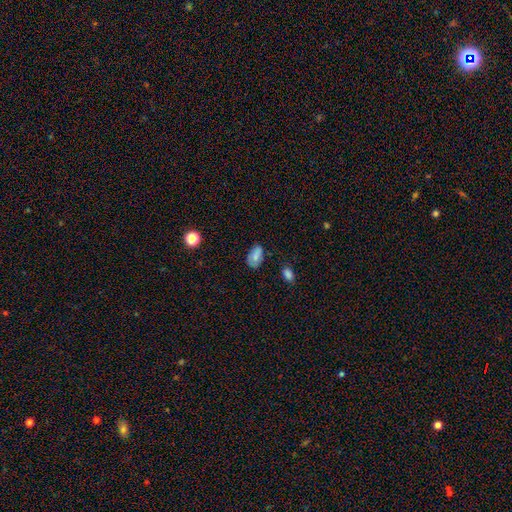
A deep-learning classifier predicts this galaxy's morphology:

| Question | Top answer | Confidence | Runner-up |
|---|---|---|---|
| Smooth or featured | smooth | 77% | featured or disk (14%) |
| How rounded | in between | 91% | round (7%) |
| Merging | none | 64% | minor disturbance (28%) |